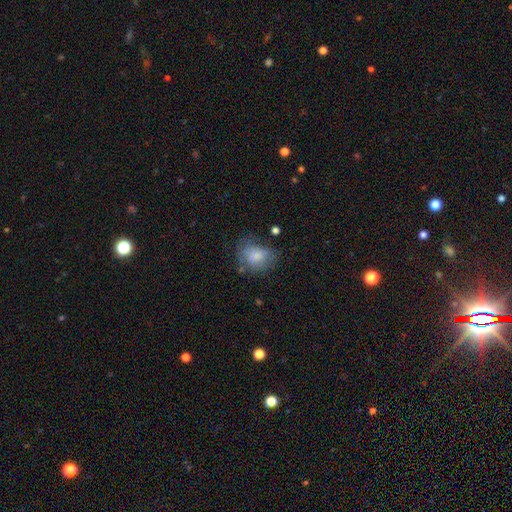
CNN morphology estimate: Smooth or featured? Predicted: smooth (p=0.71). How rounded? Predicted: in between (p=0.63). Merging? Predicted: none (p=0.48).